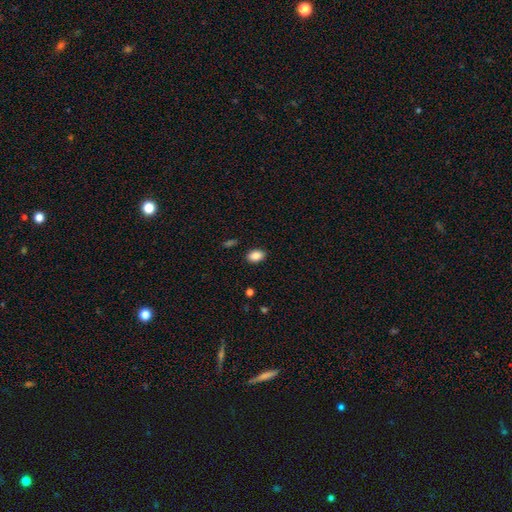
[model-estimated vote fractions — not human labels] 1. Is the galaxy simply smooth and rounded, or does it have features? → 87% smooth, 8% star or artifact, 4% featured or disk.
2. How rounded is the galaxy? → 83% in between, 16% round, 1% cigar-shaped.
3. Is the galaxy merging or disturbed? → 88% none, 8% minor disturbance, 2% major disturbance, 1% merger.